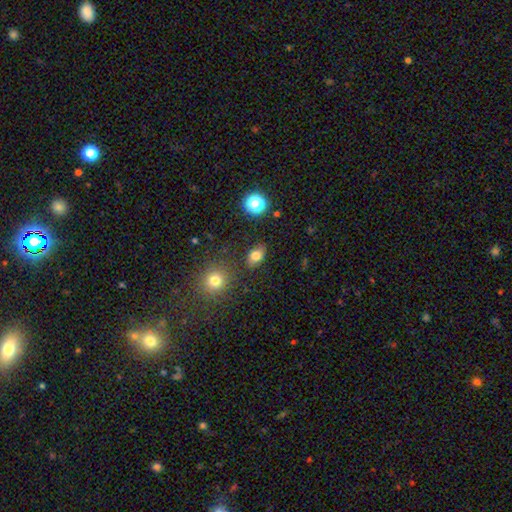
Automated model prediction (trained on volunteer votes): Q: Smooth or featured?
A: smooth (78%); runner-up: star or artifact (13%)
Q: How rounded?
A: in between (79%); runner-up: round (19%)
Q: Merging?
A: none (80%); runner-up: minor disturbance (13%)